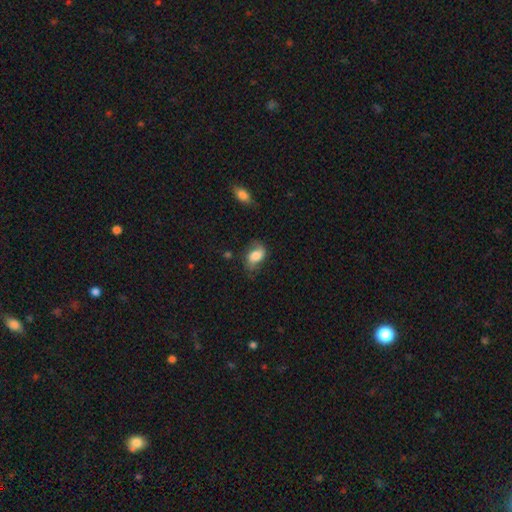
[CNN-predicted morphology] Smooth or featured? smooth (61%)
How rounded? in between (85%)
Merging? none (52%)